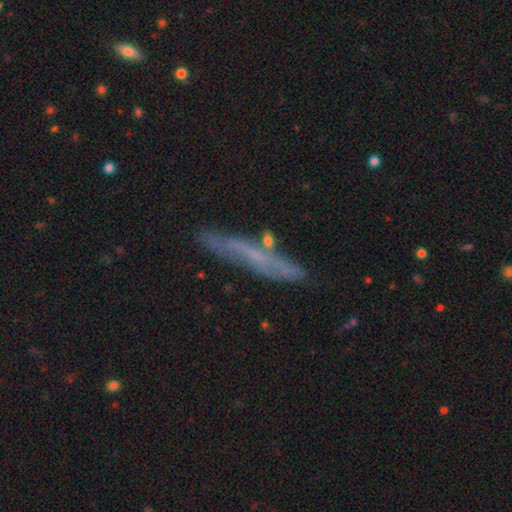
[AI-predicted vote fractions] A featured or disk galaxy (54%) viewed edge-on (73%).

Vote fractions:
- Smooth or featured? featured or disk: 54% / smooth: 36% / star or artifact: 9%
- Edge-on disk? yes: 73% / no: 27%
- Merging? none: 75% / minor disturbance: 17% / major disturbance: 5% / merger: 4%